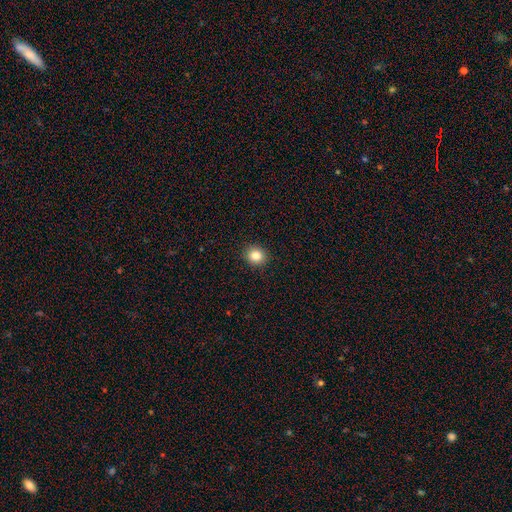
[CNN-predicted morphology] This is clearly a smooth galaxy (84%). How rounded: likely round (79%). Merging: clearly none (92%).